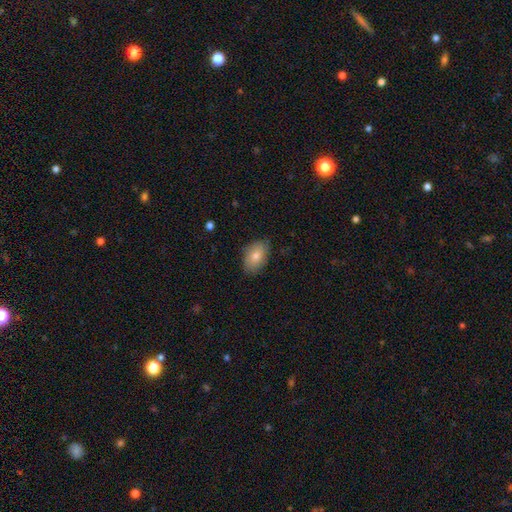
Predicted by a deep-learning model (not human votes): Smooth or featured: smooth — 77% (featured or disk — 15%)
How rounded: in between — 89% (round — 9%)
Merging: none — 83% (minor disturbance — 14%)